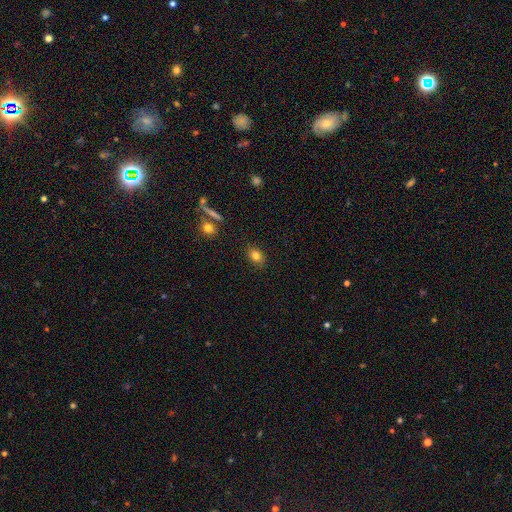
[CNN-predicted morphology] smooth_or_featured: smooth (p=0.81) [alt: star or artifact p=0.11]
how_rounded: in between (p=0.57) [alt: round p=0.41]
merging: none (p=0.86) [alt: minor disturbance p=0.10]